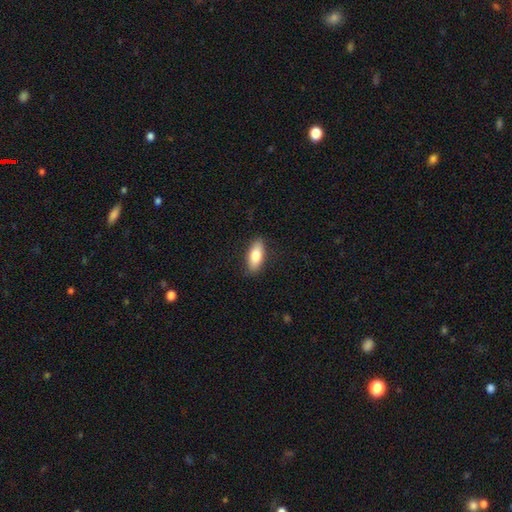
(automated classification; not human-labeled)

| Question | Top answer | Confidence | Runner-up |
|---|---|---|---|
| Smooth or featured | smooth | 78% | featured or disk (15%) |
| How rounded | in between | 79% | cigar-shaped (19%) |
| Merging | none | 86% | minor disturbance (10%) |